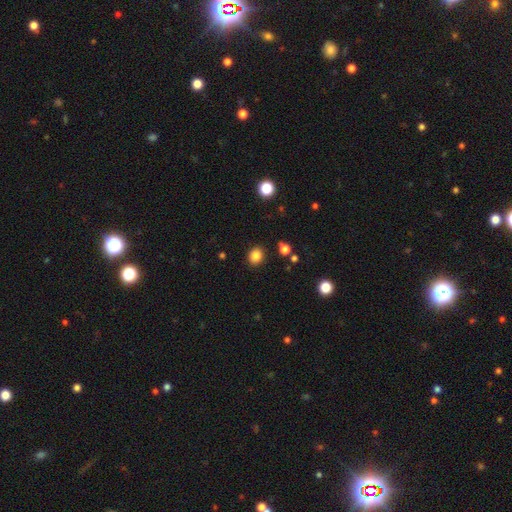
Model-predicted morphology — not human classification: Smooth or featured? Predicted: smooth (p=0.85). How rounded? Predicted: round (p=0.69). Merging? Predicted: none (p=0.89).